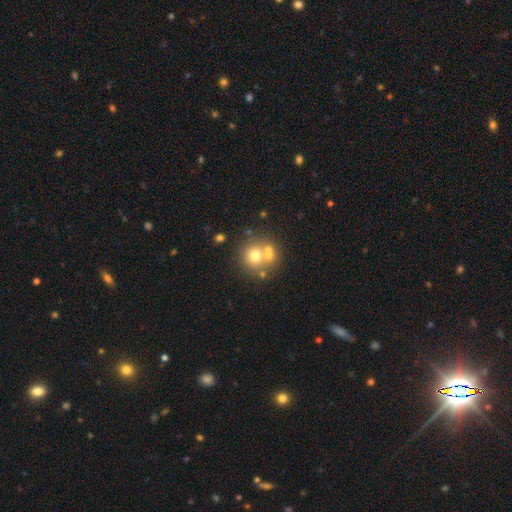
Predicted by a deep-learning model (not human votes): smooth 64%, featured or disk 23%, star or artifact 13%. Down the decision tree: how rounded — round (85%); merging — none (45%).